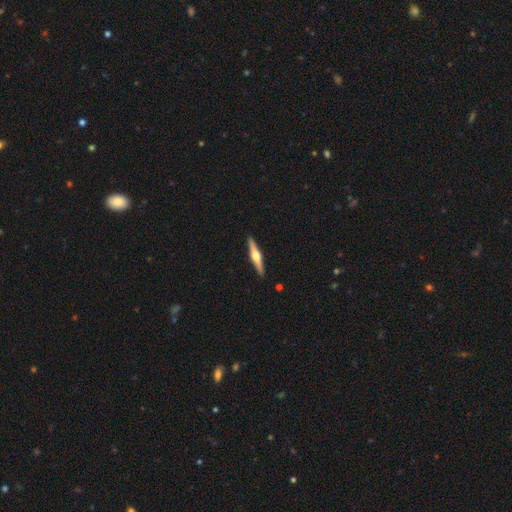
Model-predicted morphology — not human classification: type=featured or disk (70%); edge-on=yes (98%); edge-on bulge=rounded (94%); merging=none (92%).